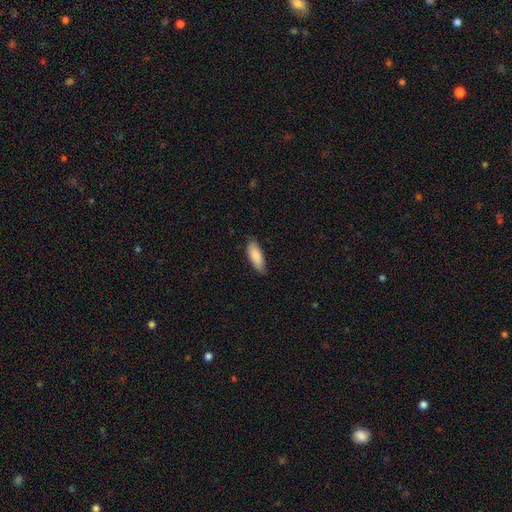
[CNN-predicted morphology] smooth 84%, featured or disk 10%, star or artifact 6%. Down the decision tree: how rounded — in between (69%); merging — none (83%).